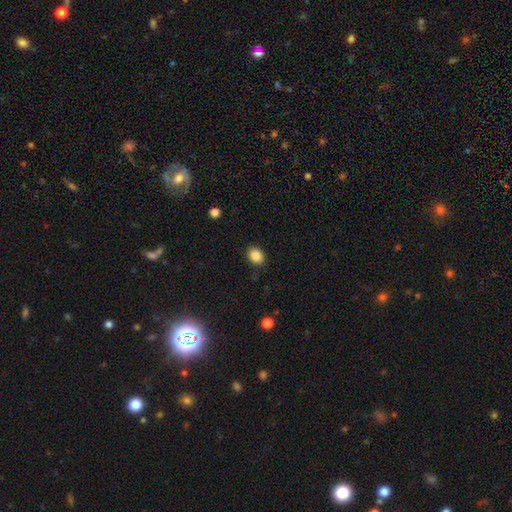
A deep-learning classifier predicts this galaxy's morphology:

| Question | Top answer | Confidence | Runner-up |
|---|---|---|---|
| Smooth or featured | smooth | 86% | star or artifact (10%) |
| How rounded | in between | 56% | round (43%) |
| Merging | none | 88% | minor disturbance (8%) |